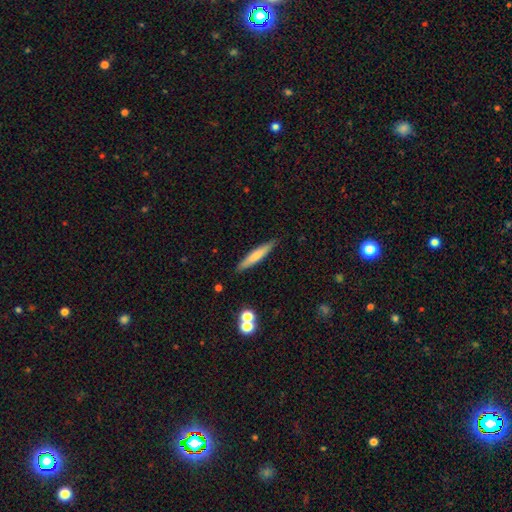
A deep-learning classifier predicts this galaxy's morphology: This appears to be a smooth galaxy with no disk features (67%) that is cigar-shaped (91%). Merging: none (89%).